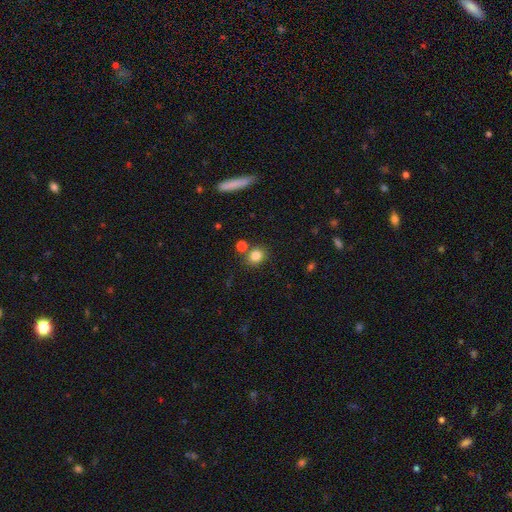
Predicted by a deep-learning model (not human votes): Morphology: type=smooth (82%); roundness=round (78%); merging=none (73%).